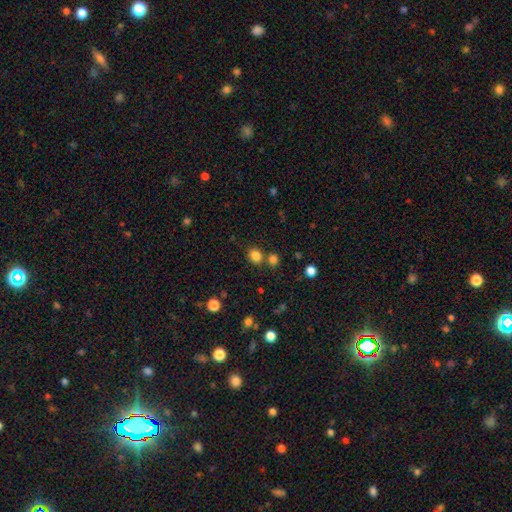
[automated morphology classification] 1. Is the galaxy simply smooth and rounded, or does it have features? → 82% smooth, 13% star or artifact, 5% featured or disk.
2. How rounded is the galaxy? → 69% round, 30% in between, 1% cigar-shaped.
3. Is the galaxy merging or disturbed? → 72% none, 16% merger, 9% minor disturbance, 3% major disturbance.